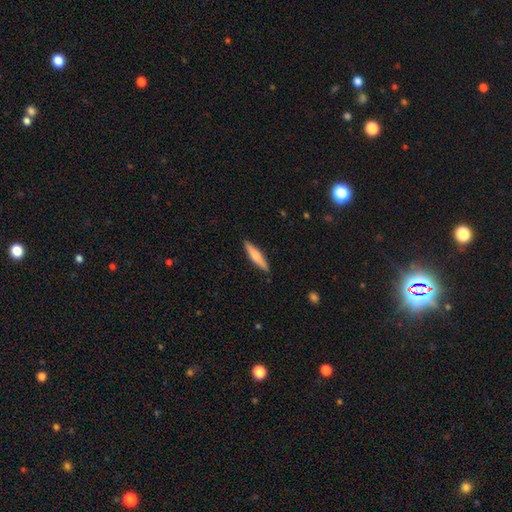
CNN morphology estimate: Q: Smooth or featured?
A: smooth (63%); runner-up: featured or disk (32%)
Q: How rounded?
A: cigar-shaped (83%); runner-up: in between (15%)
Q: Merging?
A: none (89%); runner-up: minor disturbance (8%)